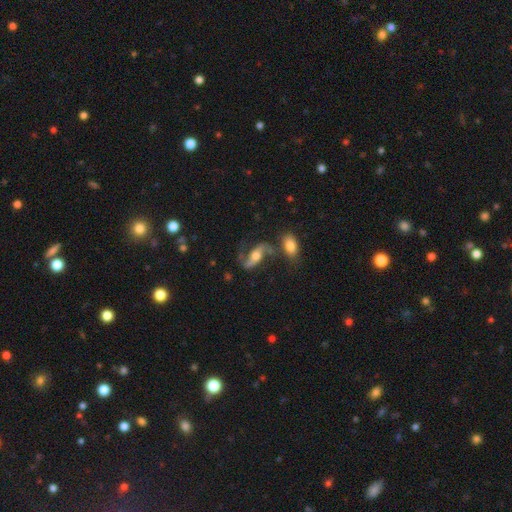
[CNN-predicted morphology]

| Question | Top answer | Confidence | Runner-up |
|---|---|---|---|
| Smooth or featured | featured or disk | 81% | smooth (13%) |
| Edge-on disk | no | 92% | yes (8%) |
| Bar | no | 47% | weak (31%) |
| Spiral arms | yes | 94% | no (6%) |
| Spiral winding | loose | 72% | medium (22%) |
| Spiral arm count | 2 | 92% | 1 (3%) |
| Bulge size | moderate | 64% | large (16%) |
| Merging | none | 57% | minor disturbance (16%) |